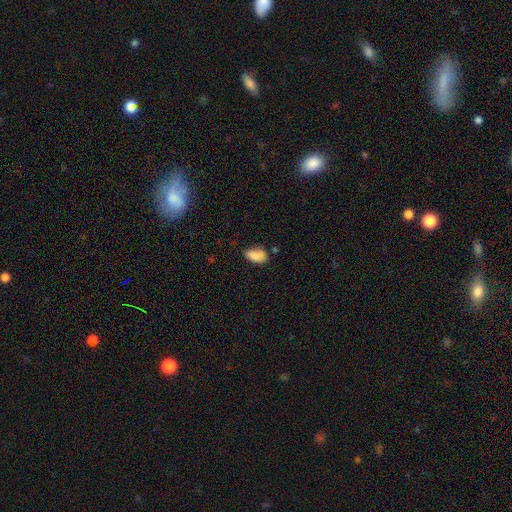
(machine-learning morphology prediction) Smooth or featured?
  - smooth: 83% *
  - star or artifact: 9%
  - featured or disk: 8%
How rounded?
  - in between: 91% *
  - round: 6%
  - cigar-shaped: 3%
Merging?
  - none: 54% *
  - minor disturbance: 33%
  - major disturbance: 8%
  - merger: 6%